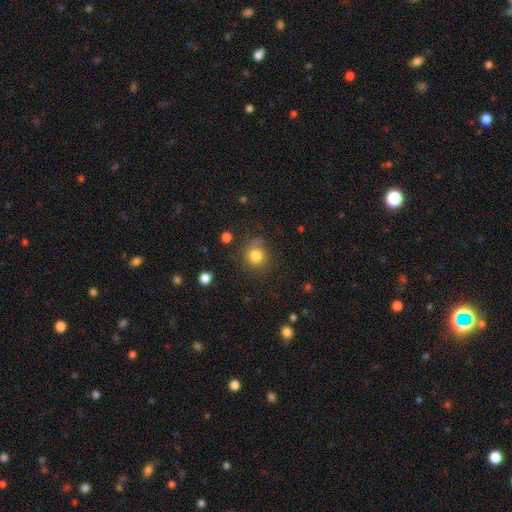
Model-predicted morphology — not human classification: A smooth galaxy with no disk features (82%) that is round (85%).

Vote fractions:
- Smooth or featured? smooth: 82% / star or artifact: 12% / featured or disk: 7%
- How rounded? round: 85% / in between: 14% / cigar-shaped: 1%
- Merging? none: 71% / minor disturbance: 18% / major disturbance: 7% / merger: 4%